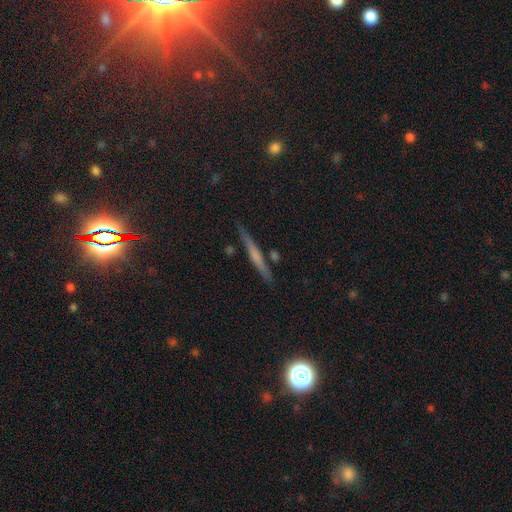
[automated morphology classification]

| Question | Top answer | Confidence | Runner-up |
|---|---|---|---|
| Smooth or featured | featured or disk | 53% | smooth (37%) |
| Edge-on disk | yes | 97% | no (3%) |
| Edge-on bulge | none | 53% | rounded (33%) |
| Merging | none | 87% | minor disturbance (8%) |